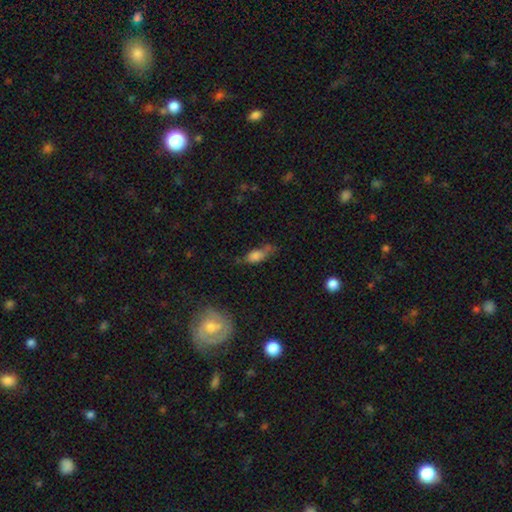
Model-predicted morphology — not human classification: This appears to be a smooth galaxy with no disk features (73%) that is in between round and cigar-shaped (77%). Merging: none (38%).